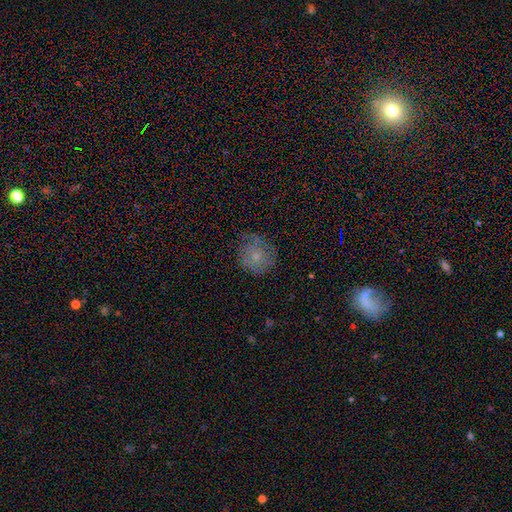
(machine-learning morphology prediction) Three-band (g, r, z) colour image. It shows a smooth galaxy with no disk features (63%) that is round (84%). Merging: none (62%).